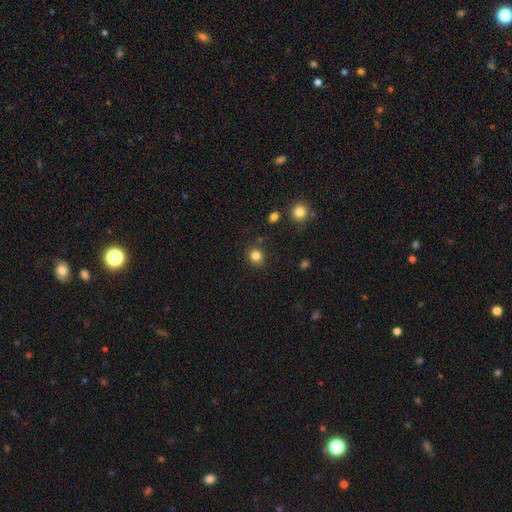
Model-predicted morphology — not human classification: A smooth galaxy with no disk features (82%) that is round (82%). Merging: none (84%).